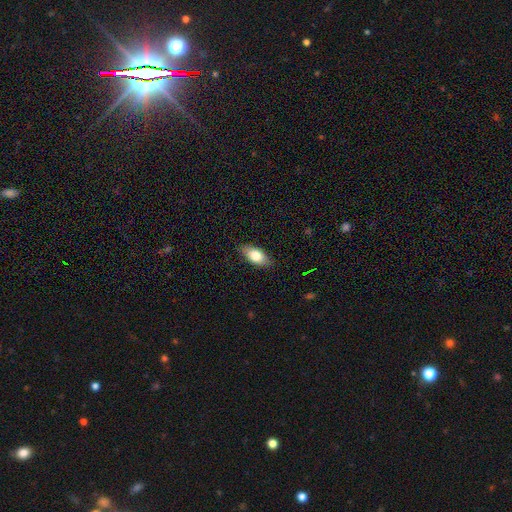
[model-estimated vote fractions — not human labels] Morphology: type=smooth (79%); roundness=in between (89%); merging=none (85%).